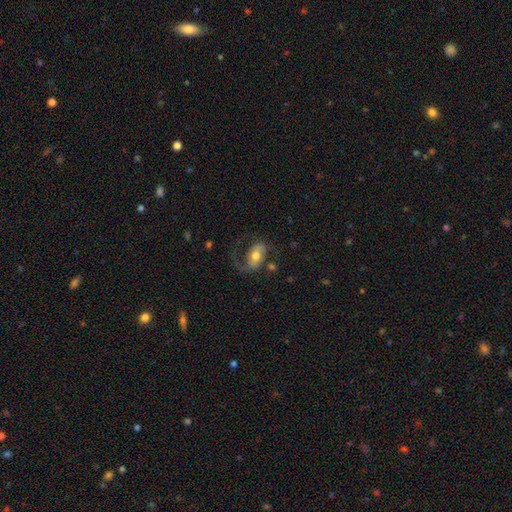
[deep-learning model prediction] This appears to be a featured or disk galaxy (62%) with no bar (40%), spiral arms (82%) and a moderate central bulge (70%). Merging: none (47%).